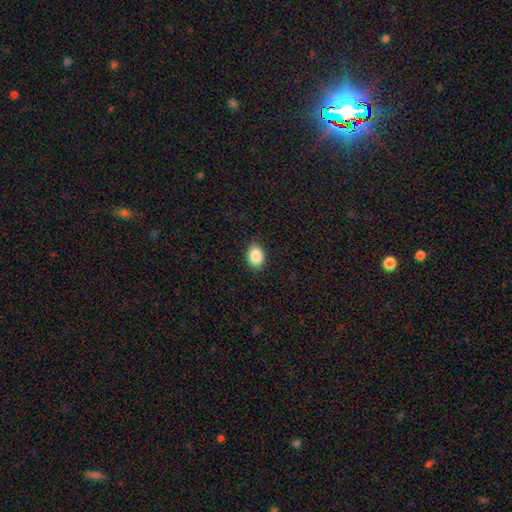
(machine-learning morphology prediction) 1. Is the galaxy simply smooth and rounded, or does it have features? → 88% smooth, 8% star or artifact, 4% featured or disk.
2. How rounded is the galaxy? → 78% in between, 21% round, 1% cigar-shaped.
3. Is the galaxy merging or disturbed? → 88% none, 9% minor disturbance, 2% major disturbance, 1% merger.